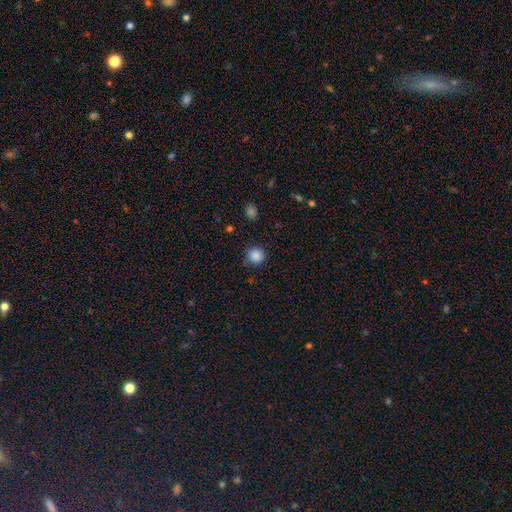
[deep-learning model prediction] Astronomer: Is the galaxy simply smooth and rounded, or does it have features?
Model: smooth — 86%.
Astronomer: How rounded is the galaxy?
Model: round — 94%.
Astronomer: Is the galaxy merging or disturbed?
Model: none — 88%.